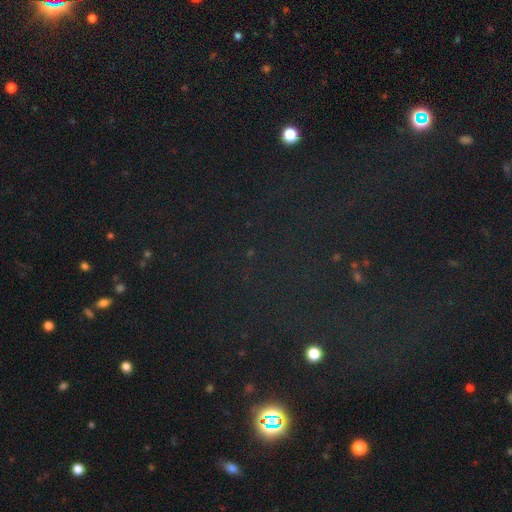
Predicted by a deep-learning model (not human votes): A star or artifact, not a galaxy (75%).

Vote fractions:
- Smooth or featured? star or artifact: 75% / smooth: 16% / featured or disk: 9%